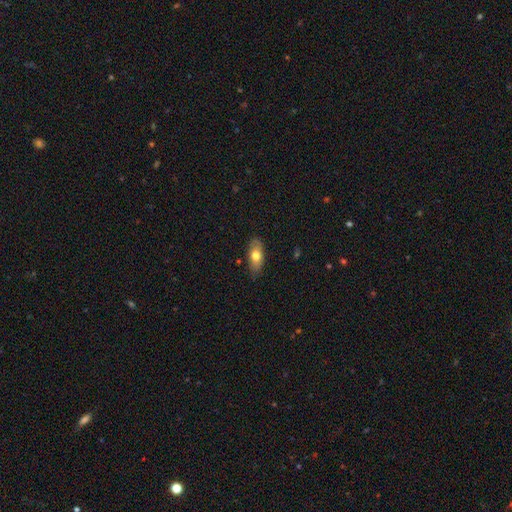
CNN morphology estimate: A smooth galaxy with no disk features (66%) that is in between round and cigar-shaped (85%). Merging: none (79%).